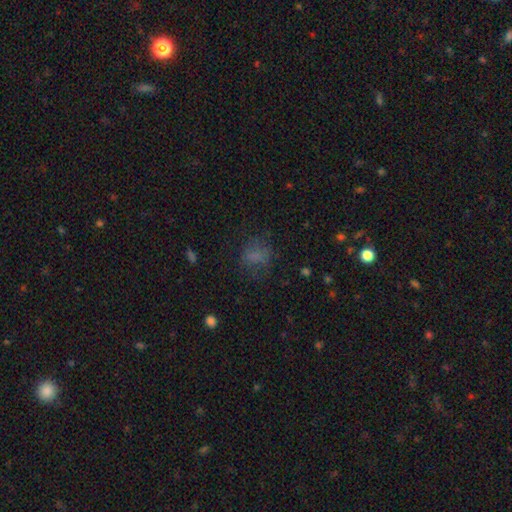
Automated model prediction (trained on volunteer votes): smooth 67%, star or artifact 19%, featured or disk 14%. Down the decision tree: how rounded — round (55%); merging — none (62%).